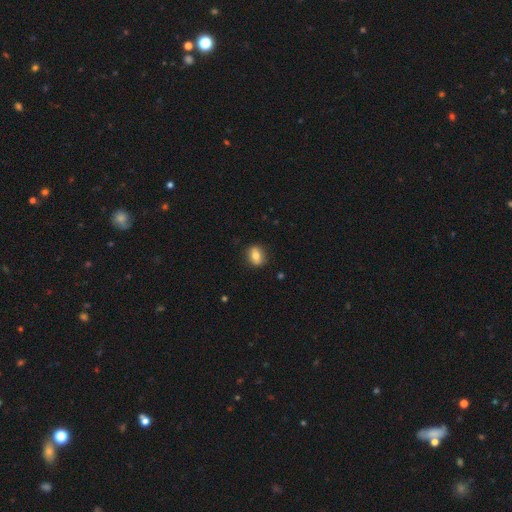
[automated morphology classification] A smooth galaxy with no disk features (75%) that is in between round and cigar-shaped (61%).

Vote fractions:
- Smooth or featured? smooth: 75% / featured or disk: 16% / star or artifact: 9%
- How rounded? in between: 61% / round: 37% / cigar-shaped: 2%
- Merging? none: 87% / minor disturbance: 10% / major disturbance: 2% / merger: 1%